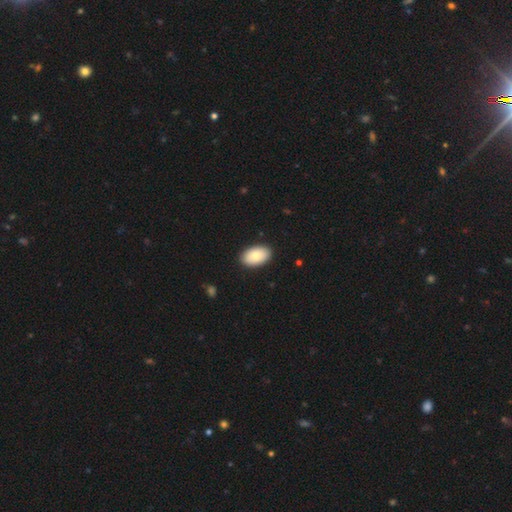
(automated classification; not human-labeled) Smooth or featured: smooth — 84% (featured or disk — 10%)
How rounded: in between — 95% (round — 4%)
Merging: none — 89% (minor disturbance — 8%)